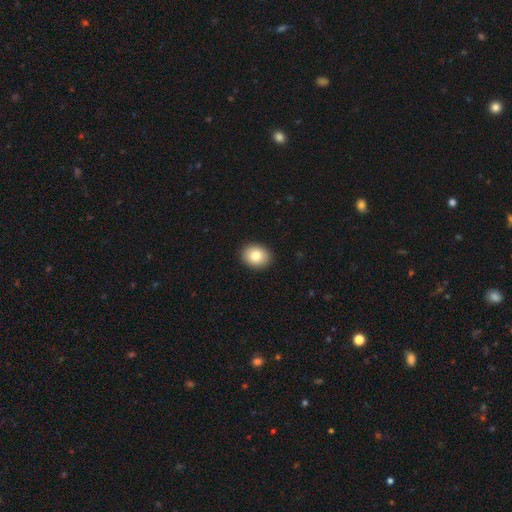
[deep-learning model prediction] Smooth or featured?
  - smooth: 82% *
  - featured or disk: 9%
  - star or artifact: 8%
How rounded?
  - round: 51% *
  - in between: 48%
  - cigar-shaped: 1%
Merging?
  - none: 91% *
  - minor disturbance: 6%
  - major disturbance: 2%
  - merger: 1%